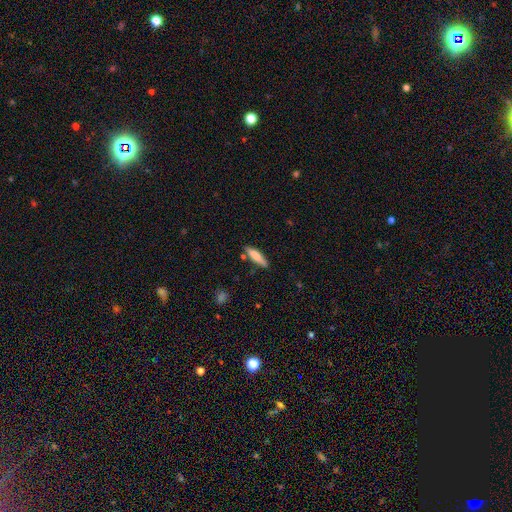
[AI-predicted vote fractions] Overall: smooth (72%). How rounded: cigar-shaped (72%). Merging: none (79%).